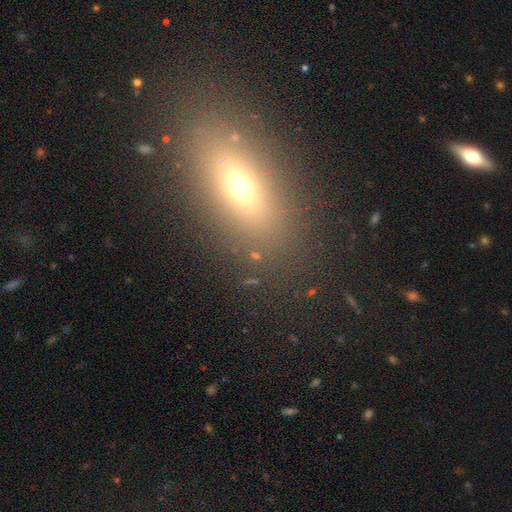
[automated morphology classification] Smooth or featured? Predicted: smooth (p=0.53). How rounded? Predicted: in between (p=0.62). Merging? Predicted: none (p=0.78).